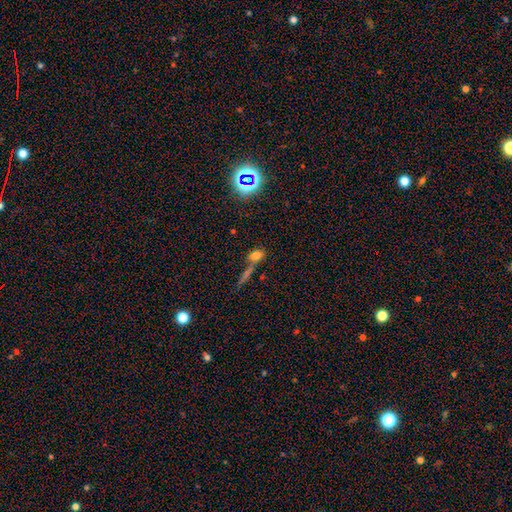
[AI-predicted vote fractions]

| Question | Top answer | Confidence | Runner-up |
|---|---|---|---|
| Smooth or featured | smooth | 68% | star or artifact (19%) |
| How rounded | in between | 68% | round (22%) |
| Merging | none | 48% | merger (34%) |